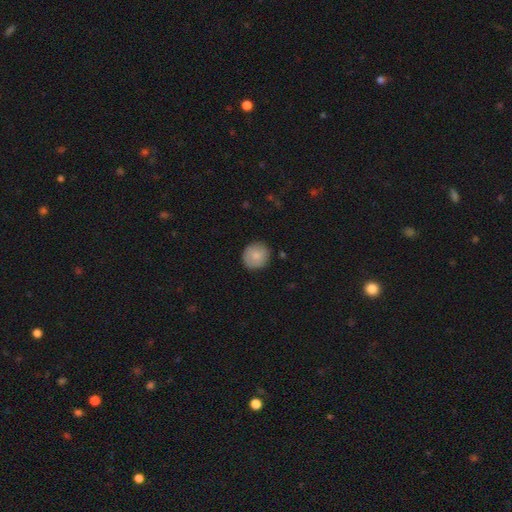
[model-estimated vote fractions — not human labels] smooth-or-featured: smooth: 81% | featured or disk: 12% | star or artifact: 6%
  how-rounded: round: 90% | in between: 9% | cigar-shaped: 1%
  merging: none: 86% | minor disturbance: 11% | major disturbance: 2% | merger: 1%